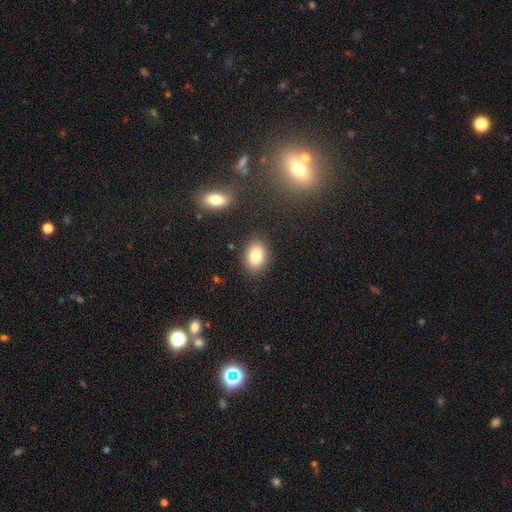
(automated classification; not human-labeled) Q: Smooth or featured?
A: smooth (82%); runner-up: featured or disk (9%)
Q: How rounded?
A: in between (76%); runner-up: round (23%)
Q: Merging?
A: none (86%); runner-up: minor disturbance (9%)